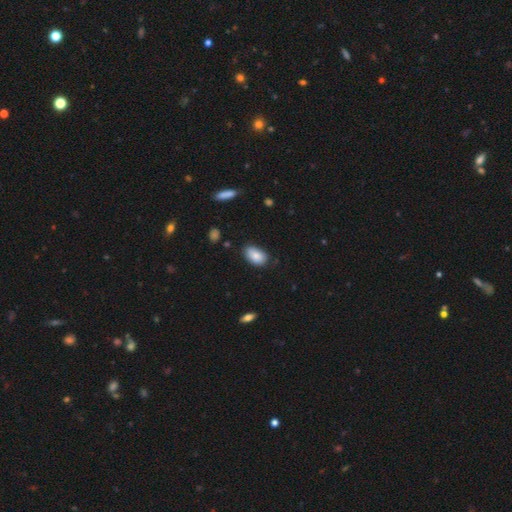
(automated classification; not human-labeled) Morphology: type=smooth (85%); roundness=in between (91%); merging=none (70%).